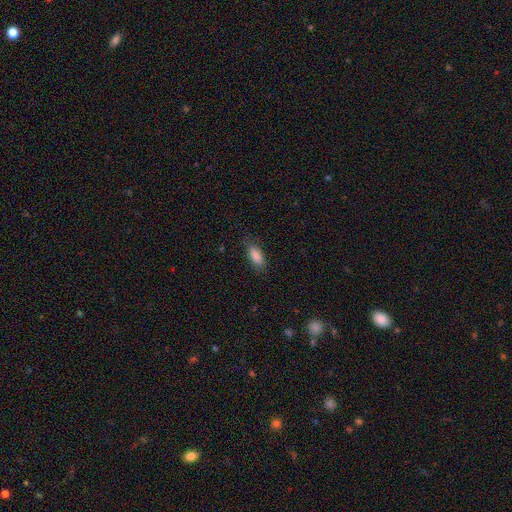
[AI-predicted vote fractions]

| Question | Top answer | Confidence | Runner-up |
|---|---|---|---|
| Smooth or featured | smooth | 86% | star or artifact (7%) |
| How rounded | in between | 82% | cigar-shaped (15%) |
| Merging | none | 82% | minor disturbance (14%) |